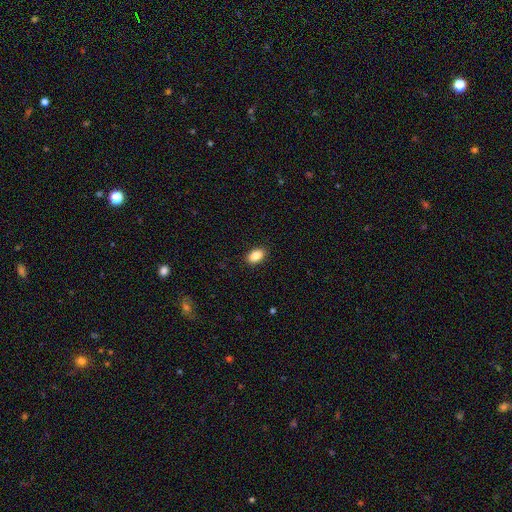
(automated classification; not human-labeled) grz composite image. It shows a smooth galaxy with no disk features (88%) that is in between round and cigar-shaped (88%). Merging: none (90%).